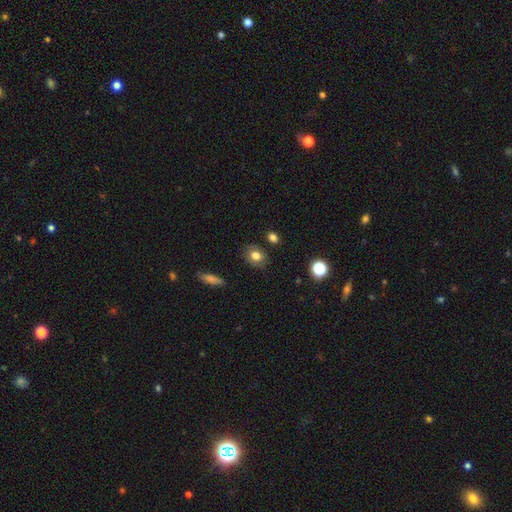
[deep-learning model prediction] Morphology: type=smooth (72%); roundness=in between (61%); merging=none (82%).